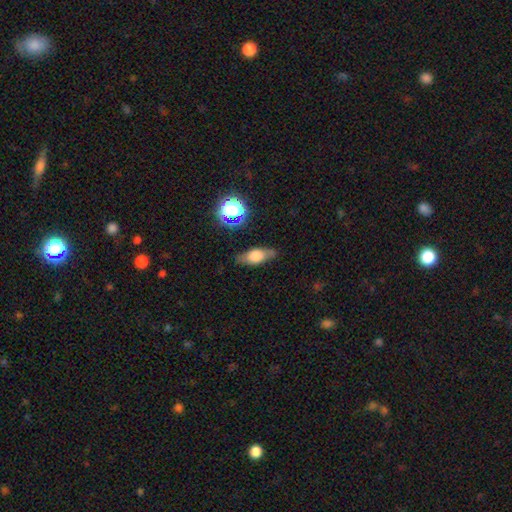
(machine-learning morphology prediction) Smooth or featured: smooth — 56% (featured or disk — 34%)
How rounded: in between — 67% (cigar-shaped — 24%)
Merging: none — 77% (minor disturbance — 16%)